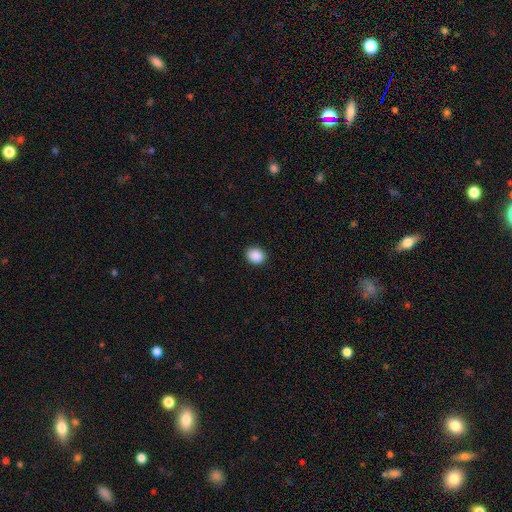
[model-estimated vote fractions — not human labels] Morphology: type=smooth (90%); roundness=round (52%); merging=none (89%).